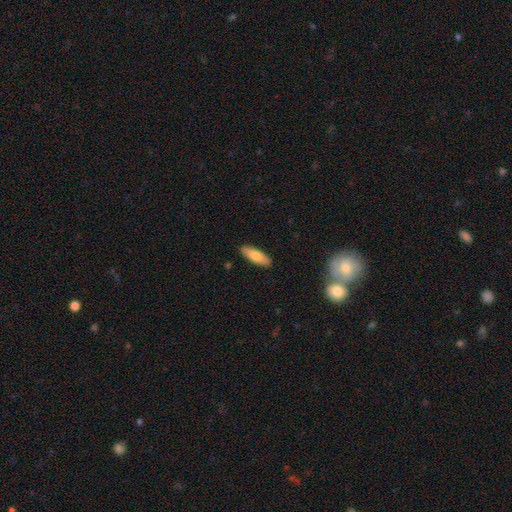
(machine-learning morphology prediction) Smooth or featured? smooth (77%)
How rounded? in between (60%)
Merging? none (87%)